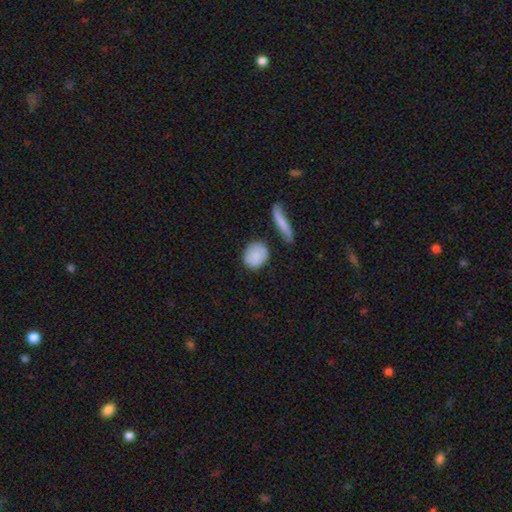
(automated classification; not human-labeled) Smooth or featured: smooth — 86% (featured or disk — 8%)
How rounded: round — 66% (in between — 30%)
Merging: none — 77% (minor disturbance — 14%)